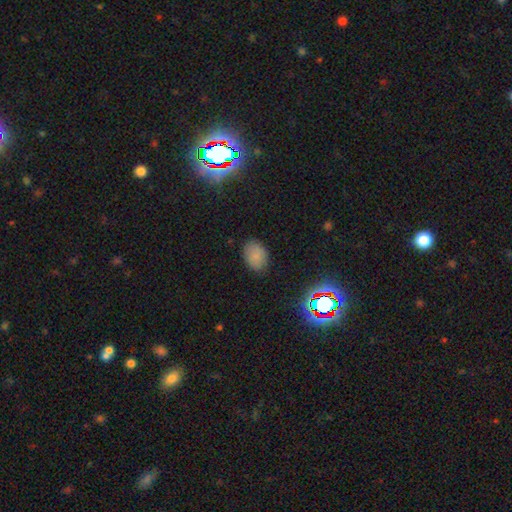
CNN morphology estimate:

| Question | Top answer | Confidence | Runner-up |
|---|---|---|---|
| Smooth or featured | smooth | 79% | star or artifact (14%) |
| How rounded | in between | 78% | round (20%) |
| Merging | none | 82% | minor disturbance (13%) |